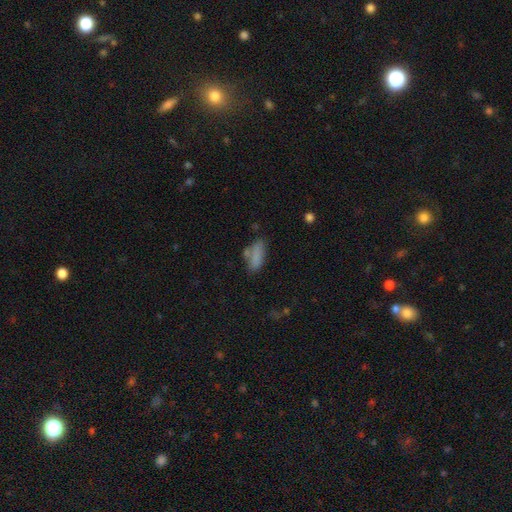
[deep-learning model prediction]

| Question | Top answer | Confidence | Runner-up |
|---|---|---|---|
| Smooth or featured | smooth | 79% | featured or disk (12%) |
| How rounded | in between | 68% | cigar-shaped (29%) |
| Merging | none | 56% | minor disturbance (21%) |